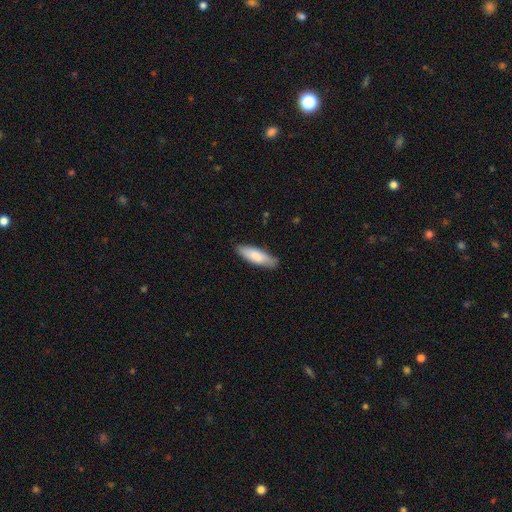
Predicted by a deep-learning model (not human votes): Overall: smooth (80%). How rounded: cigar-shaped (53%; in between 46%). Merging: none (81%).